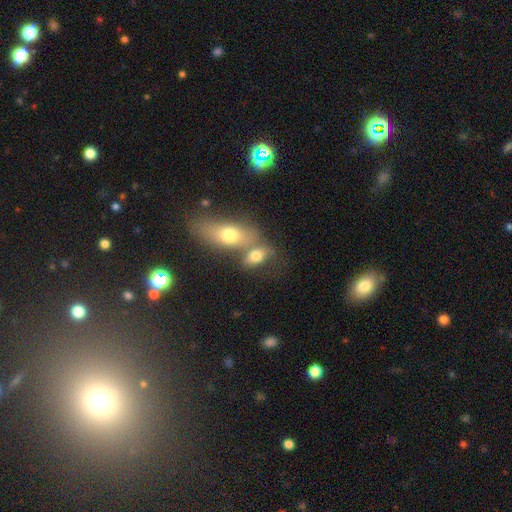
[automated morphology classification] This is likely a smooth galaxy (73%). How rounded: clearly in between (83%). Merging: possibly merger (49%).